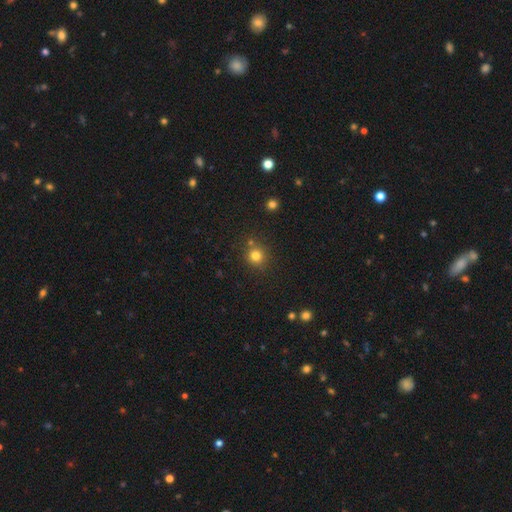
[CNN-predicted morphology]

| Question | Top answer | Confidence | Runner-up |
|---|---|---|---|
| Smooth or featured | smooth | 80% | star or artifact (14%) |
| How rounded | round | 91% | in between (8%) |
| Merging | none | 78% | merger (9%) |